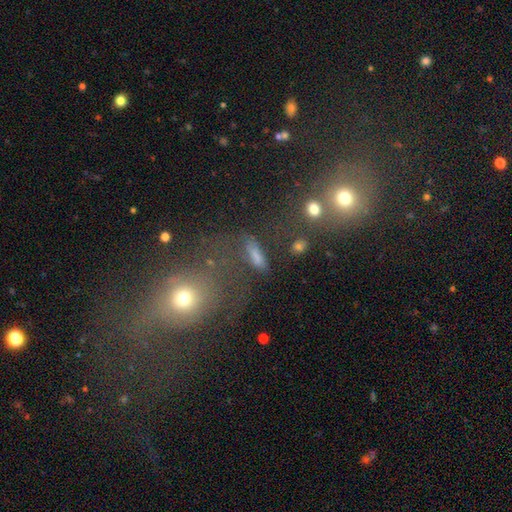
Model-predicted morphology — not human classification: This appears to be a smooth galaxy with no disk features (55%) that is in between round and cigar-shaped (49%). Merging: none (56%).